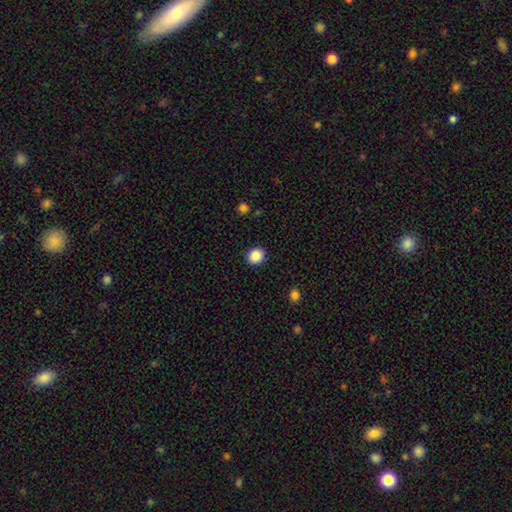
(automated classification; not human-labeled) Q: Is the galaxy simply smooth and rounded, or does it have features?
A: smooth — 88%.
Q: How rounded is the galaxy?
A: round — 74%.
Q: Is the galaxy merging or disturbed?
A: none — 90%.